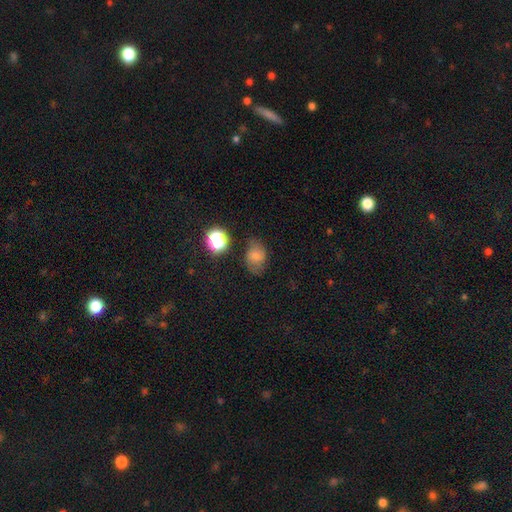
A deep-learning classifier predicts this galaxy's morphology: The model was most divided on "how rounded": in between: 66%, round: 33%, cigar-shaped: 1%. More confident: smooth or featured — smooth (63%); merging — none (62%).